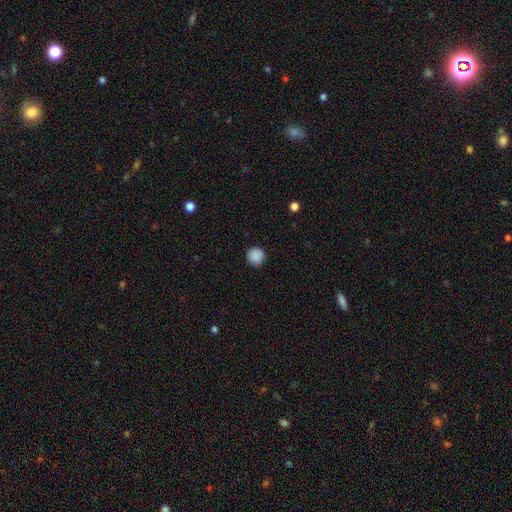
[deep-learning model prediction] smooth 88%, star or artifact 9%, featured or disk 3%. Down the decision tree: how rounded — round (95%); merging — none (91%).